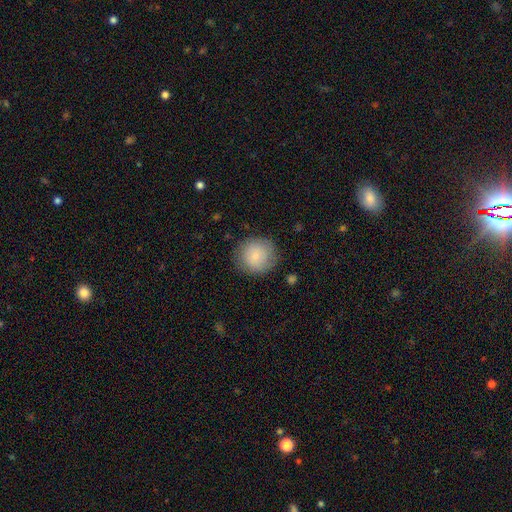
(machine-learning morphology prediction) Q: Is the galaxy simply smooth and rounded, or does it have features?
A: smooth — 81%.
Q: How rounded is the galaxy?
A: round — 90%.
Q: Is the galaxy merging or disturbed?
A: none — 83%.